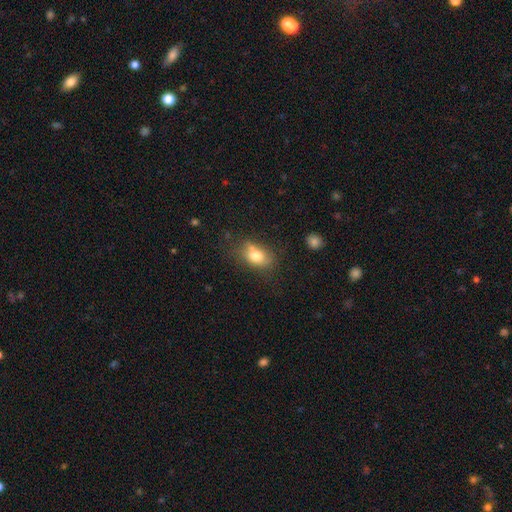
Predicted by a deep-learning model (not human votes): A smooth galaxy with no disk features (77%) that is in between round and cigar-shaped (75%). Merging: none (58%).